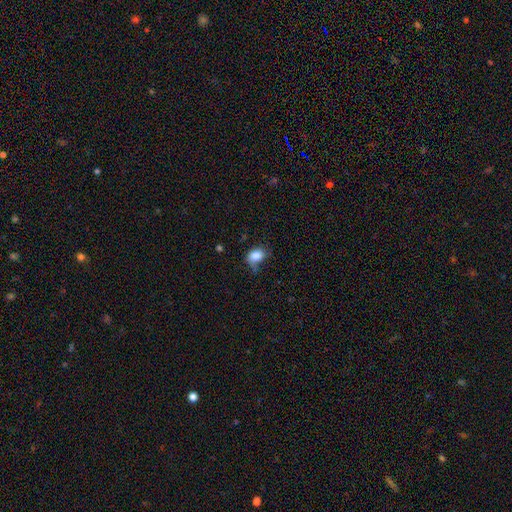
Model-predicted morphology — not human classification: smooth 84%, star or artifact 9%, featured or disk 7%. Down the decision tree: how rounded — in between (71%); merging — none (44%).